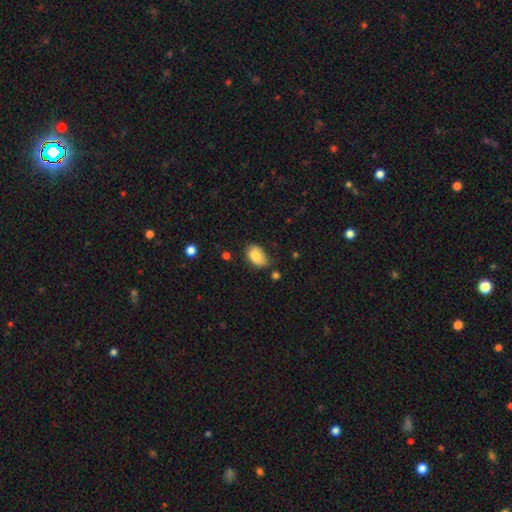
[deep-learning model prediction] Q: Smooth or featured?
A: smooth (83%); runner-up: featured or disk (10%)
Q: How rounded?
A: in between (88%); runner-up: round (11%)
Q: Merging?
A: none (60%); runner-up: minor disturbance (31%)